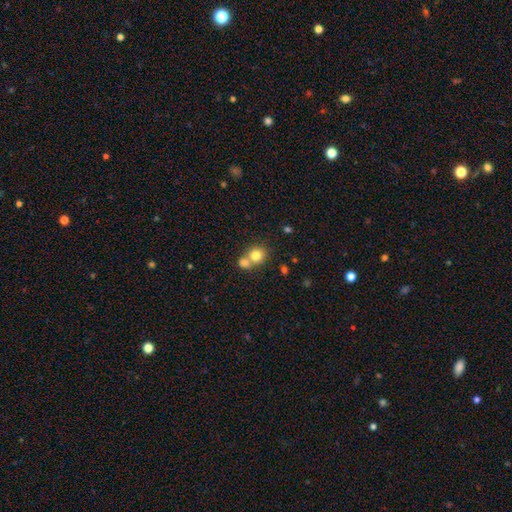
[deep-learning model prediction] Smooth or featured? Predicted: smooth (p=0.78). How rounded? Predicted: round (p=0.81). Merging? Predicted: merger (p=0.50).